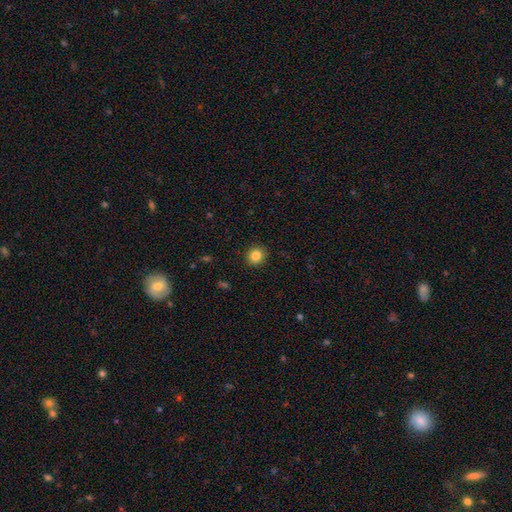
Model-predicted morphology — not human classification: Smooth or featured?
  - smooth: 84% *
  - star or artifact: 11%
  - featured or disk: 5%
How rounded?
  - round: 83% *
  - in between: 16%
  - cigar-shaped: 1%
Merging?
  - none: 91% *
  - minor disturbance: 6%
  - major disturbance: 2%
  - merger: 1%